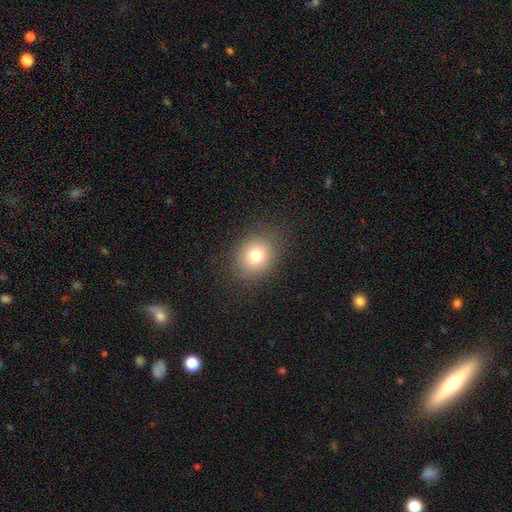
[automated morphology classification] Smooth or featured?
  - smooth: 77% *
  - star or artifact: 13%
  - featured or disk: 10%
How rounded?
  - round: 63% *
  - in between: 36%
  - cigar-shaped: 1%
Merging?
  - none: 86% *
  - minor disturbance: 9%
  - major disturbance: 4%
  - merger: 1%